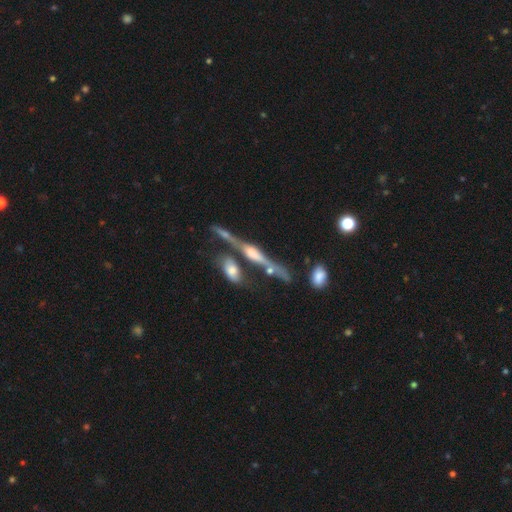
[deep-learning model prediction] This is likely a featured or disk galaxy (75%). It is clearly viewed edge-on (88%). Edge-on bulge: likely rounded (79%). Merging: possibly none (48%).